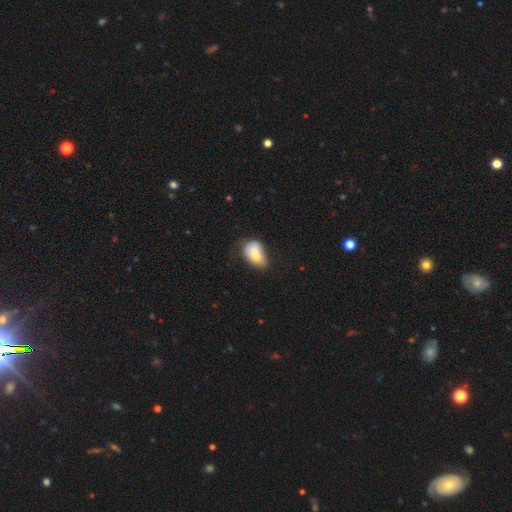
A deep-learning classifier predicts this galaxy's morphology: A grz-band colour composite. It shows a smooth galaxy with no disk features (71%) that is in between round and cigar-shaped (82%). Merging: none (32%).